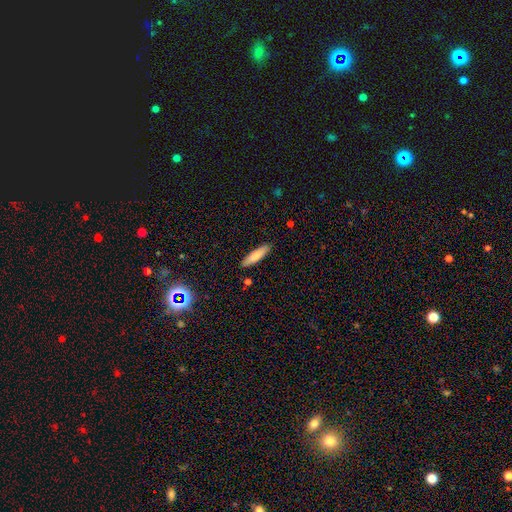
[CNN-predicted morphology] type=smooth (77%); roundness=cigar-shaped (70%); merging=none (88%).